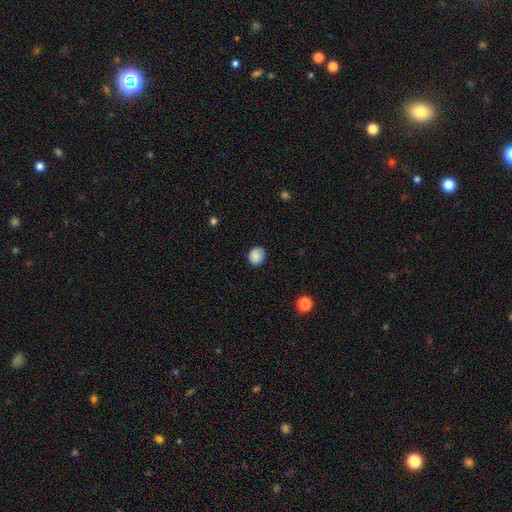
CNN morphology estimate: Overall: smooth (88%). How rounded: round (73%). Merging: none (86%).